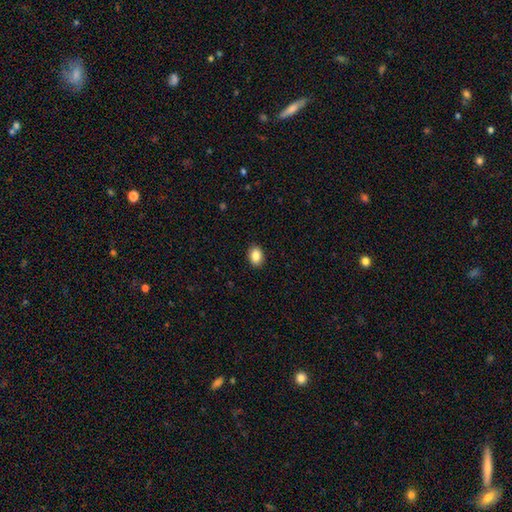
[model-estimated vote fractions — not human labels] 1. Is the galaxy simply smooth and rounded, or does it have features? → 86% smooth, 9% star or artifact, 6% featured or disk.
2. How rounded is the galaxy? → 72% in between, 27% round, 1% cigar-shaped.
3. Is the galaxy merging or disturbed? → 91% none, 7% minor disturbance, 2% major disturbance, 1% merger.